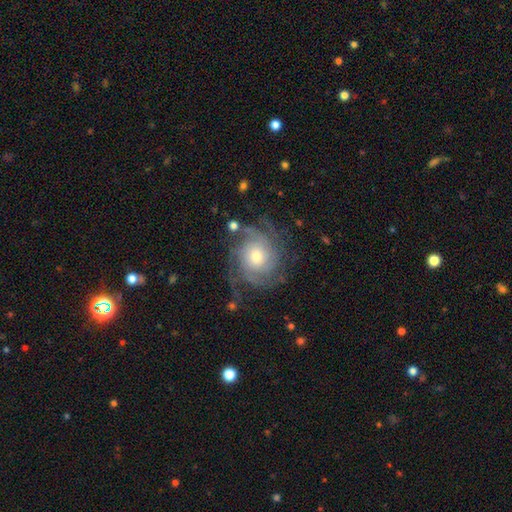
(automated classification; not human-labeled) A featured or disk galaxy (81%) with no bar (79%), tight (64%) spiral arms (95%) and a moderate central bulge (63%). Merging: none (75%).